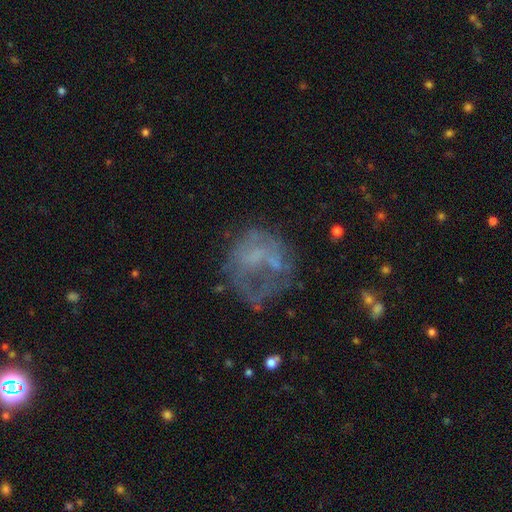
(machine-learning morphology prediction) Smooth or featured: featured or disk — 53% (smooth — 31%)
Edge-on disk: no — 98% (yes — 2%)
Bar: no — 81% (weak — 15%)
Spiral arms: no — 79% (yes — 21%)
Bulge size: none — 61% (small — 21%)
Merging: none — 40% (major disturbance — 35%)